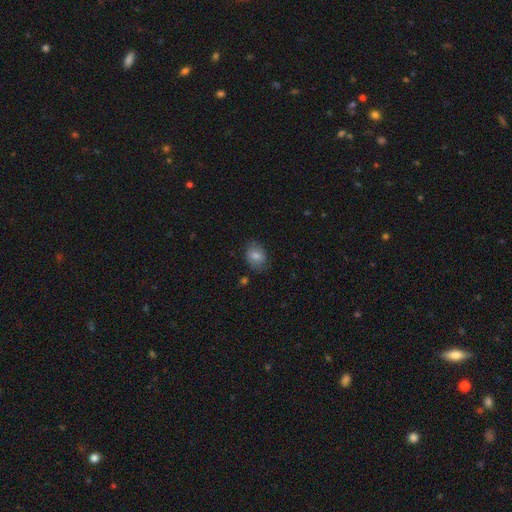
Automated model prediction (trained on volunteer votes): Morphology: type=smooth (76%); roundness=in between (69%); merging=none (79%).